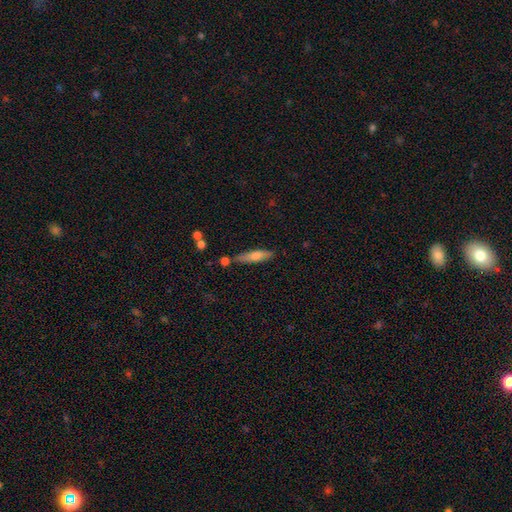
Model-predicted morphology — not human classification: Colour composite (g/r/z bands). It shows a smooth galaxy with no disk features (71%) that is cigar-shaped (73%). Merging: none (73%).